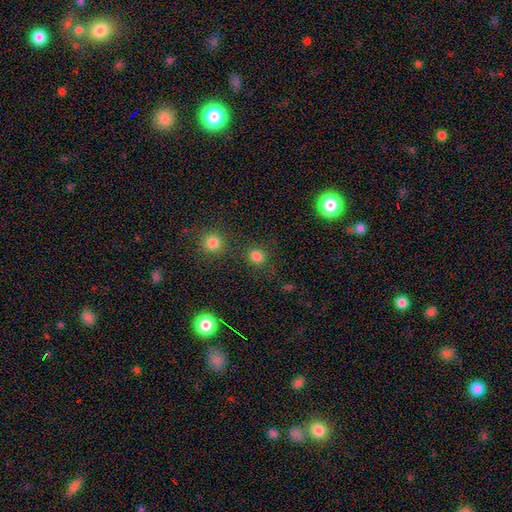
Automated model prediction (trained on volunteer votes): This appears to be a smooth galaxy with no disk features (81%) that is round (88%). Merging: none (80%).